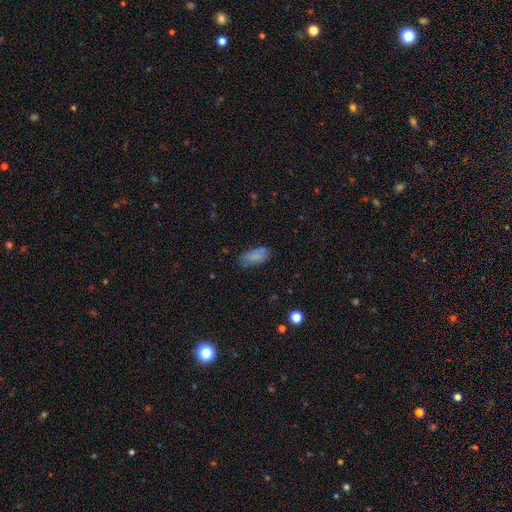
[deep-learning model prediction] A smooth galaxy with no disk features (79%) that is in between round and cigar-shaped (89%). Merging: none (68%).